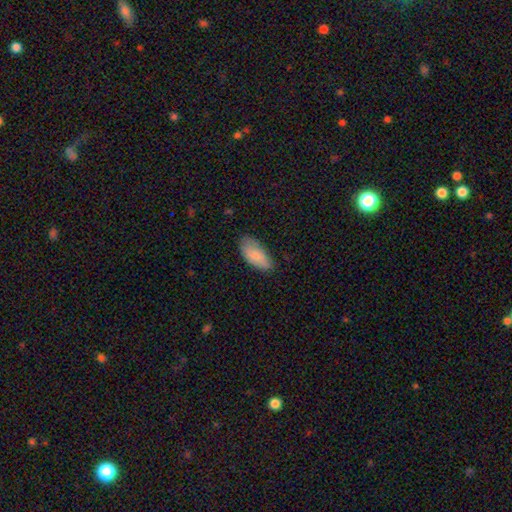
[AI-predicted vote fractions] This is clearly a smooth galaxy (83%). How rounded: clearly in between (90%). Merging: likely none (70%).